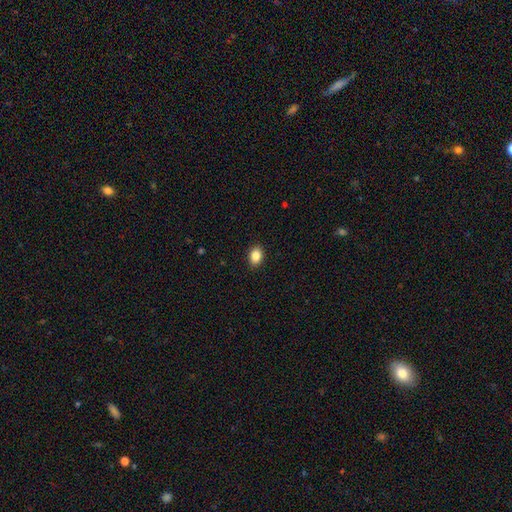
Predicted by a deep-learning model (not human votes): Smooth or featured?
  - smooth: 86% *
  - star or artifact: 9%
  - featured or disk: 5%
How rounded?
  - in between: 74% *
  - round: 25%
  - cigar-shaped: 1%
Merging?
  - none: 90% *
  - minor disturbance: 7%
  - major disturbance: 2%
  - merger: 1%